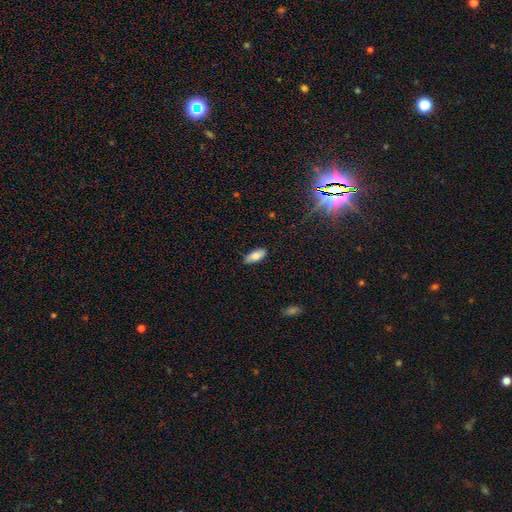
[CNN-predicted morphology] This is clearly a smooth galaxy (81%). How rounded: clearly in between (84%). Merging: clearly none (82%).